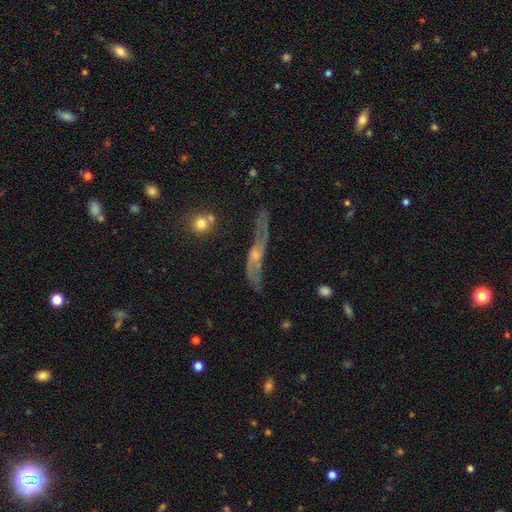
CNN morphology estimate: smooth-or-featured: featured or disk: 65% | smooth: 25% | star or artifact: 10%
  disk-edge-on: no: 56% | yes: 44%
  merging: none: 44% | major disturbance: 25% | minor disturbance: 25% | merger: 7%